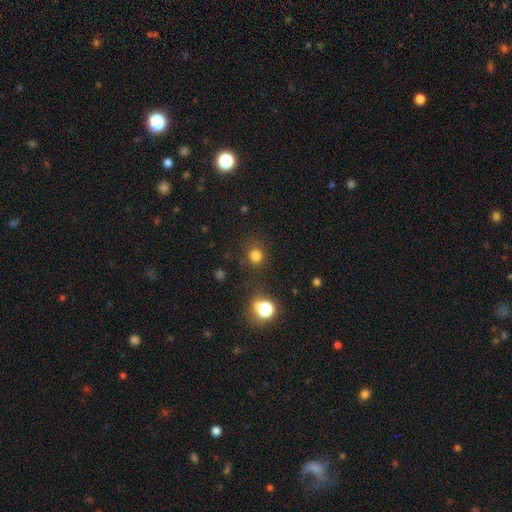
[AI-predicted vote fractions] Q: Smooth or featured?
A: smooth (78%); runner-up: star or artifact (17%)
Q: How rounded?
A: round (90%); runner-up: in between (9%)
Q: Merging?
A: none (83%); runner-up: minor disturbance (10%)